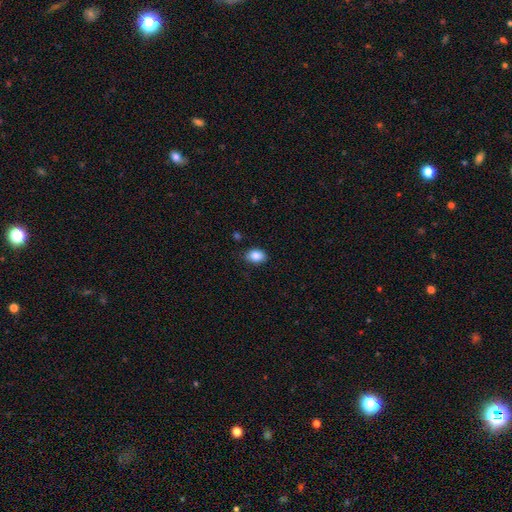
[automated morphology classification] This is clearly a smooth galaxy (86%). How rounded: likely in between (78%). Merging: clearly none (82%).